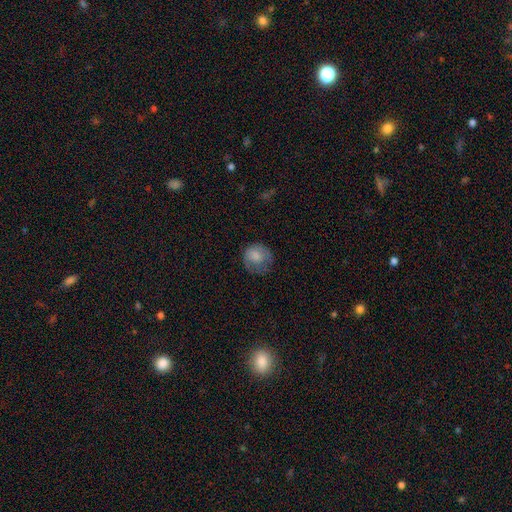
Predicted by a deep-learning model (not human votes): A smooth galaxy with no disk features (77%) that is round (85%). Merging: none (61%).